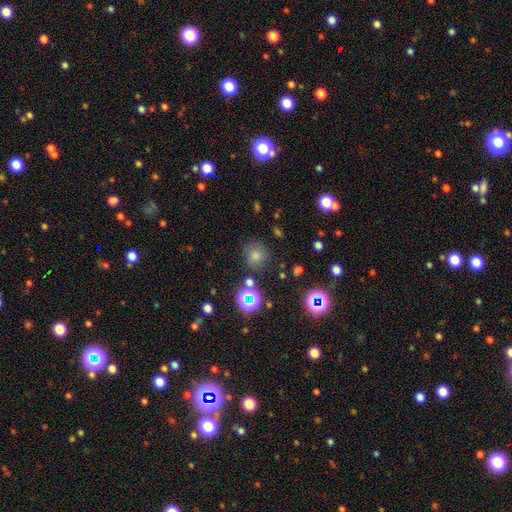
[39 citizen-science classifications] Smooth or featured?
  - smooth: 85% *
  - featured or disk: 8%
  - star or artifact: 8%
How rounded?
  - round: 91% *
  - in between: 9%
  - cigar-shaped: 0%
Merging?
  - none: 78% *
  - minor disturbance: 19%
  - merger: 3%
  - major disturbance: 0%